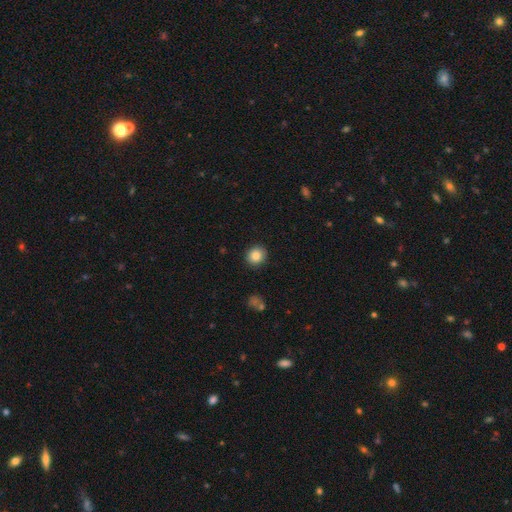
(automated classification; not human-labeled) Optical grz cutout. It shows a smooth galaxy with no disk features (85%) that is round (83%). Merging: none (90%).